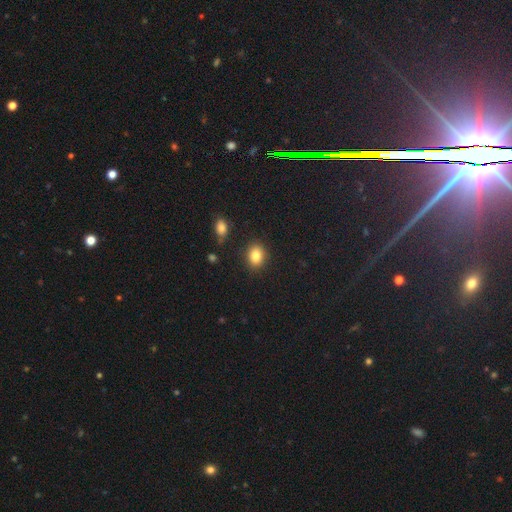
Smooth or featured: smooth — 84% (featured or disk — 11%)
How rounded: in between — 71% (round — 29%)
Merging: none — 86% (minor disturbance — 9%)